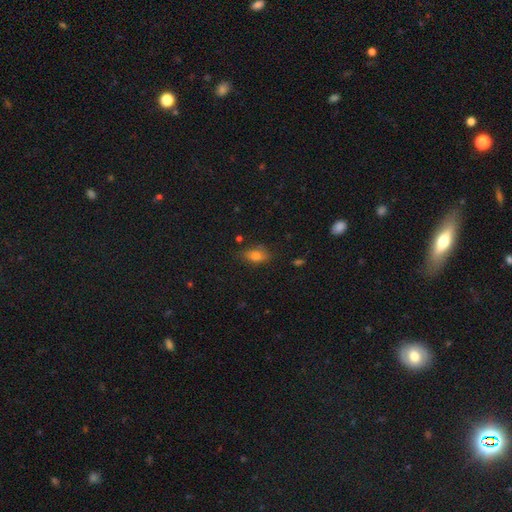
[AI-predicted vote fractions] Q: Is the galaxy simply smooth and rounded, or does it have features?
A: smooth — 77%.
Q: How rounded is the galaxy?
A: in between — 83%.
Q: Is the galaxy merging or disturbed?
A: none — 72%.